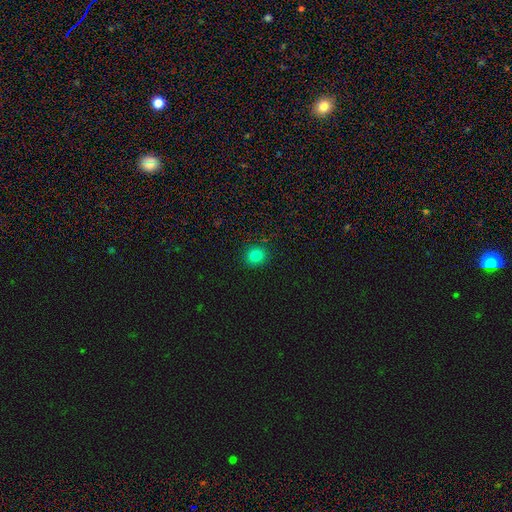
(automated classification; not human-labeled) A smooth galaxy with no disk features (81%) that is round (85%). Merging: none (90%).